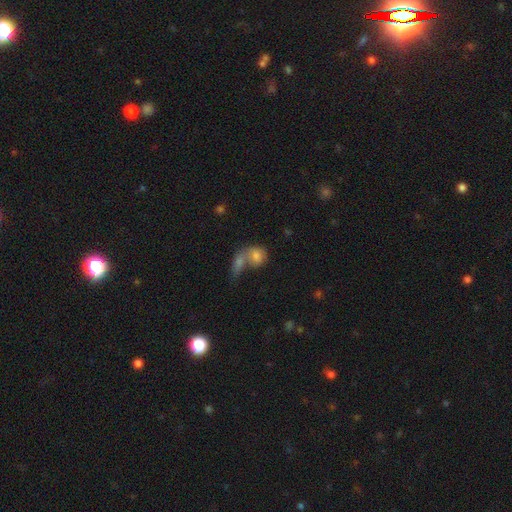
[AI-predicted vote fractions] smooth_or_featured: smooth (p=0.77) [alt: featured or disk p=0.14]
how_rounded: in between (p=0.51) [alt: round p=0.47]
merging: merger (p=0.65) [alt: none p=0.22]